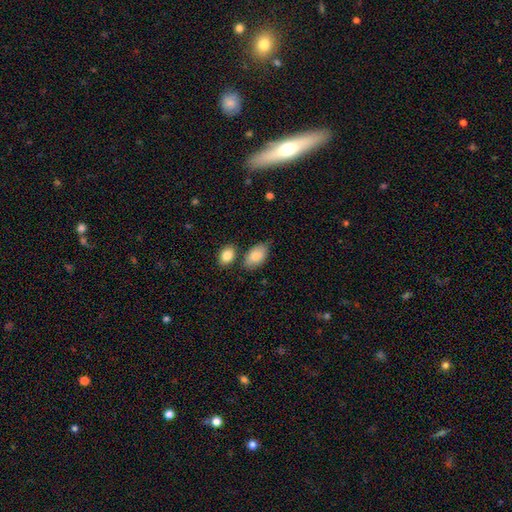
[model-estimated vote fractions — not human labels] smooth_or_featured: smooth (p=0.82) [alt: featured or disk p=0.11]
how_rounded: in between (p=0.92) [alt: round p=0.06]
merging: none (p=0.65) [alt: minor disturbance p=0.18]